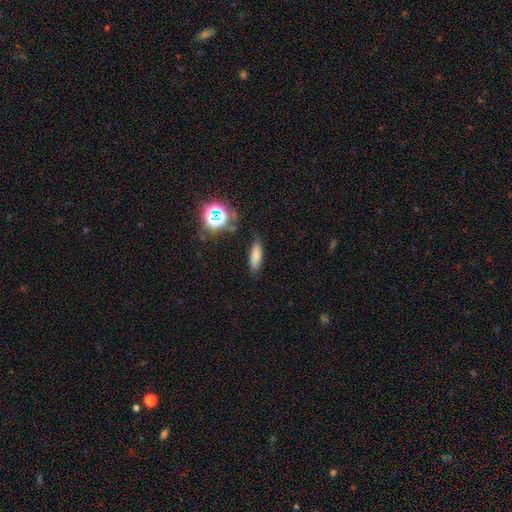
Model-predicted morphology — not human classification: Overall: smooth (75%). How rounded: in between (51%; cigar-shaped 45%). Merging: none (78%).